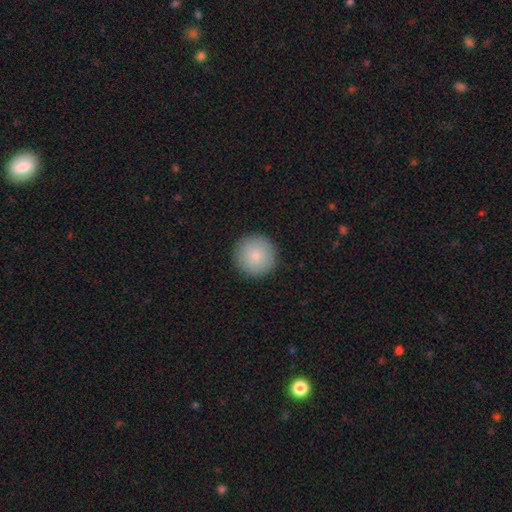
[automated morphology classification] smooth-or-featured: smooth: 86% | featured or disk: 7% | star or artifact: 7%
  how-rounded: round: 96% | in between: 3% | cigar-shaped: 1%
  merging: none: 91% | minor disturbance: 6% | major disturbance: 2% | merger: 1%